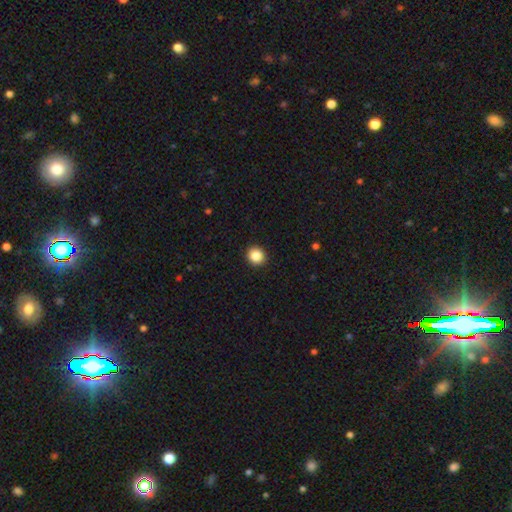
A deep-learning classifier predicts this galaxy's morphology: A smooth galaxy with no disk features (86%) that is round (91%). Merging: none (93%).